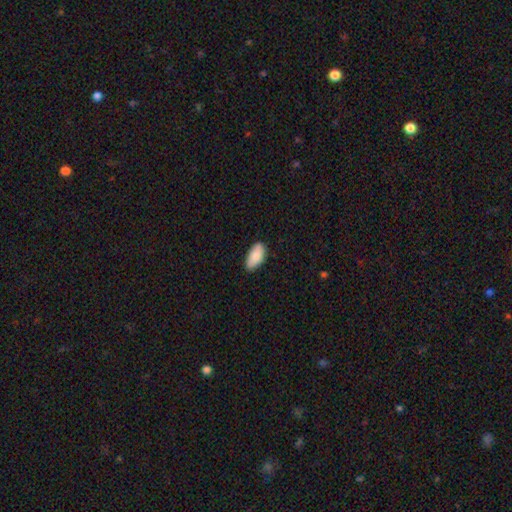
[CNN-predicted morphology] Overall: smooth (87%). How rounded: in between (93%). Merging: none (82%).